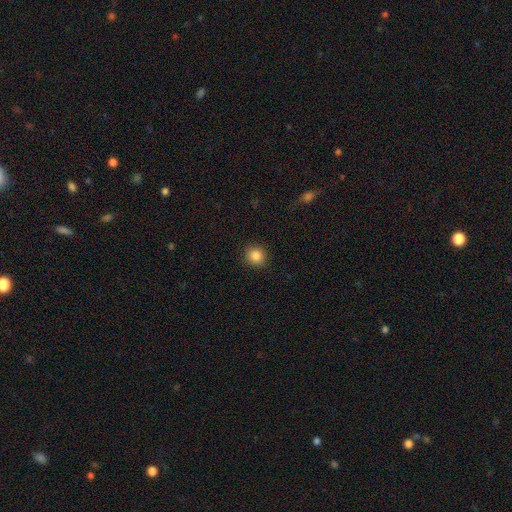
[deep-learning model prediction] Overall: smooth (85%). How rounded: round (89%). Merging: none (91%).